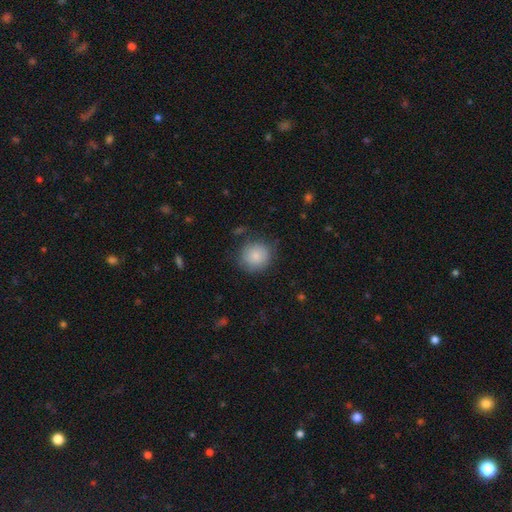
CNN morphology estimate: This is clearly a smooth galaxy (84%). How rounded: clearly round (90%). Merging: likely none (77%).